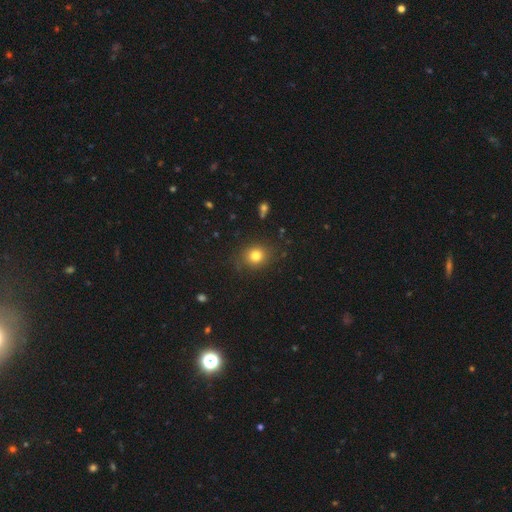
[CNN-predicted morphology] A smooth galaxy with no disk features (80%) that is round (76%).

Vote fractions:
- Smooth or featured? smooth: 80% / star or artifact: 13% / featured or disk: 7%
- How rounded? round: 76% / in between: 23% / cigar-shaped: 1%
- Merging? none: 85% / minor disturbance: 11% / major disturbance: 3% / merger: 1%